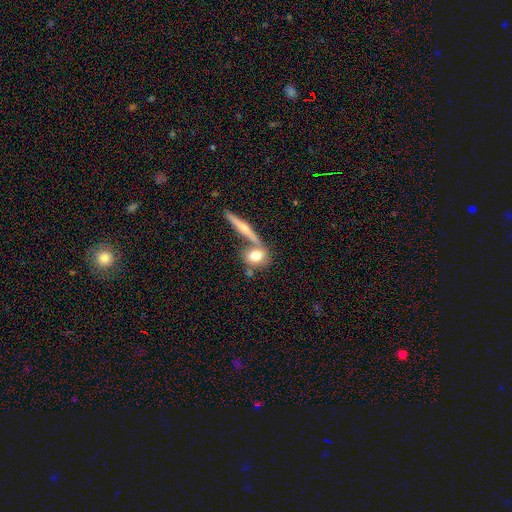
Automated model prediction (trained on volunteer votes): smooth-or-featured: smooth: 68% | featured or disk: 25% | star or artifact: 8%
  how-rounded: round: 51% | in between: 37% | cigar-shaped: 11%
  merging: none: 53% | merger: 31% | minor disturbance: 11% | major disturbance: 5%